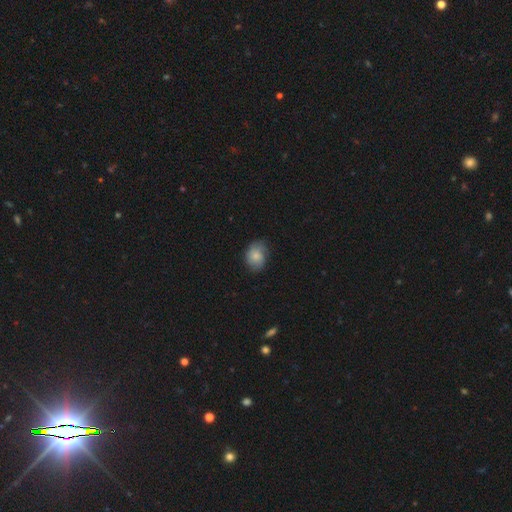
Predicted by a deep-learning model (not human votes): A smooth galaxy with no disk features (74%) that is in between round and cigar-shaped (60%). Merging: none (68%).